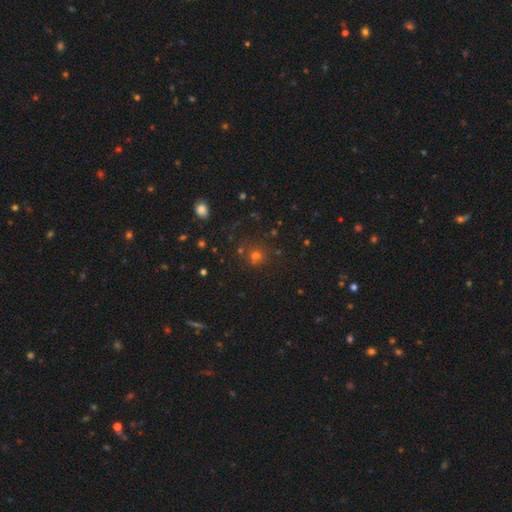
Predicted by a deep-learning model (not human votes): This is possibly a smooth galaxy (59%). How rounded: clearly round (84%). Merging: likely none (71%).